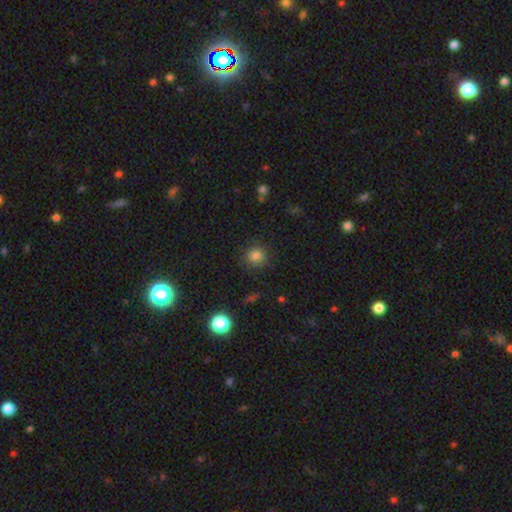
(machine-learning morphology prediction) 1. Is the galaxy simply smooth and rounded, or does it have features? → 79% smooth, 14% star or artifact, 7% featured or disk.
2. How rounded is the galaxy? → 89% round, 10% in between, 1% cigar-shaped.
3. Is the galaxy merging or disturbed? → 85% none, 10% minor disturbance, 3% major disturbance, 1% merger.